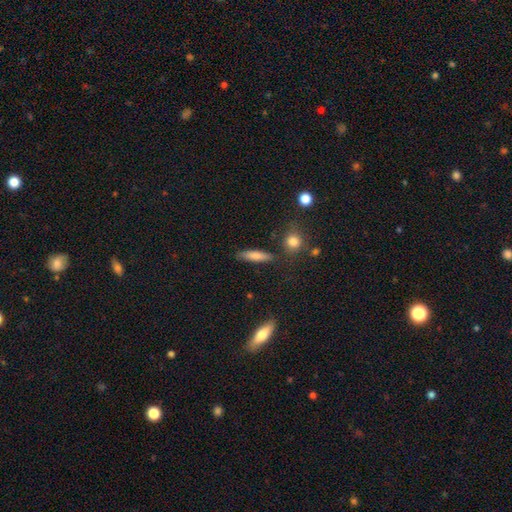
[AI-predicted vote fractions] This is likely a smooth galaxy (77%). How rounded: likely cigar-shaped (70%). Merging: clearly none (82%).